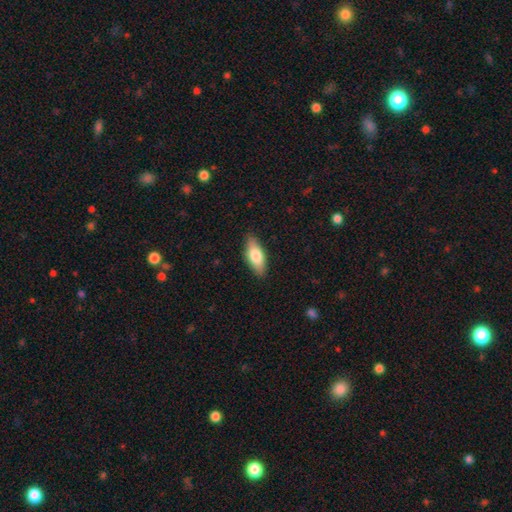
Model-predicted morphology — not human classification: Smooth or featured?
  - smooth: 75% *
  - featured or disk: 19%
  - star or artifact: 6%
How rounded?
  - in between: 77% *
  - cigar-shaped: 20%
  - round: 2%
Merging?
  - none: 86% *
  - minor disturbance: 11%
  - major disturbance: 2%
  - merger: 1%